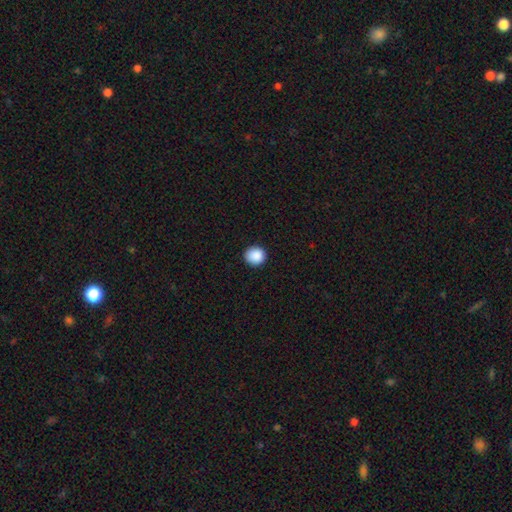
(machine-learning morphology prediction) Smooth or featured?
  - smooth: 89% *
  - star or artifact: 9%
  - featured or disk: 2%
How rounded?
  - round: 91% *
  - in between: 8%
  - cigar-shaped: 1%
Merging?
  - none: 91% *
  - minor disturbance: 7%
  - major disturbance: 2%
  - merger: 1%